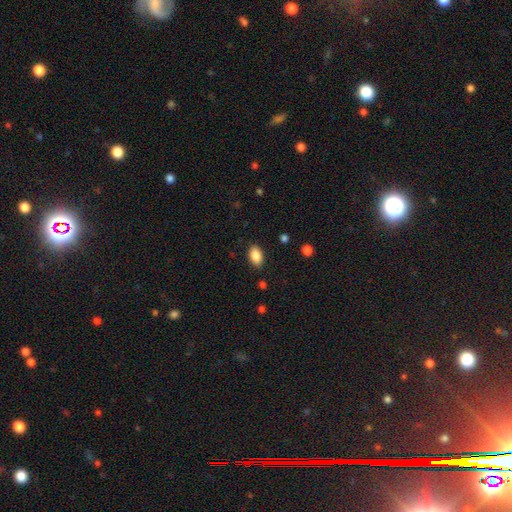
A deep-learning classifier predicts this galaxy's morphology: Q: Smooth or featured?
A: smooth (88%); runner-up: star or artifact (8%)
Q: How rounded?
A: in between (91%); runner-up: round (6%)
Q: Merging?
A: none (86%); runner-up: minor disturbance (11%)